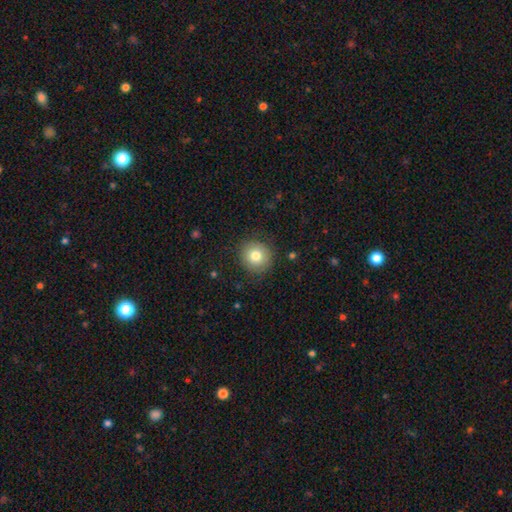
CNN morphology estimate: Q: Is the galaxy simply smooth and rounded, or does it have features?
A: smooth — 79%.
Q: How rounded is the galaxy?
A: round — 91%.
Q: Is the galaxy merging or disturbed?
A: none — 87%.